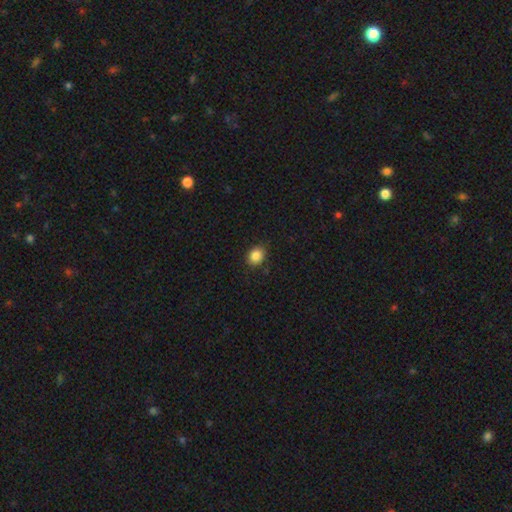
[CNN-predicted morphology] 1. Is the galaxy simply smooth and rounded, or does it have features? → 86% smooth, 10% star or artifact, 4% featured or disk.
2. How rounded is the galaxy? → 58% round, 41% in between, 1% cigar-shaped.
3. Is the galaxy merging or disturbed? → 86% none, 10% minor disturbance, 2% major disturbance, 1% merger.